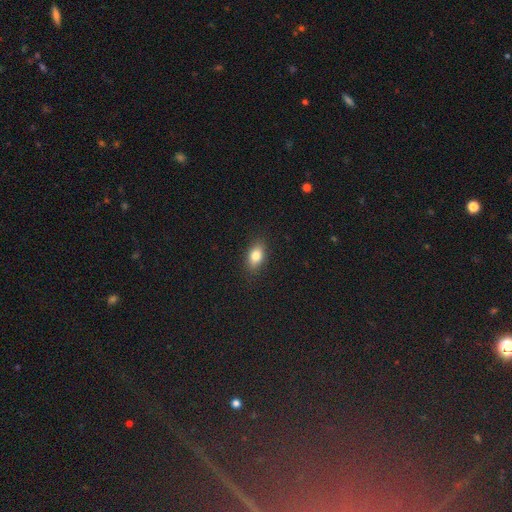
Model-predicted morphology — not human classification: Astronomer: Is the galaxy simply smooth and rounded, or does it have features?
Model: smooth — 79%.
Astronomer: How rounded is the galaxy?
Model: in between — 84%.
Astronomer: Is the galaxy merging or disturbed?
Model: none — 87%.